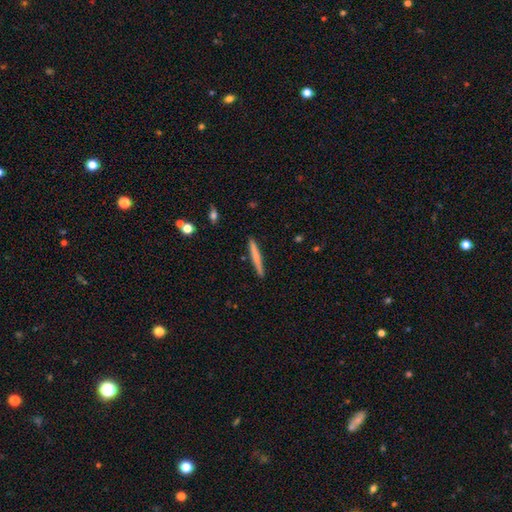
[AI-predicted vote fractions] Morphology: type=smooth (65%); roundness=cigar-shaped (96%); merging=none (91%).